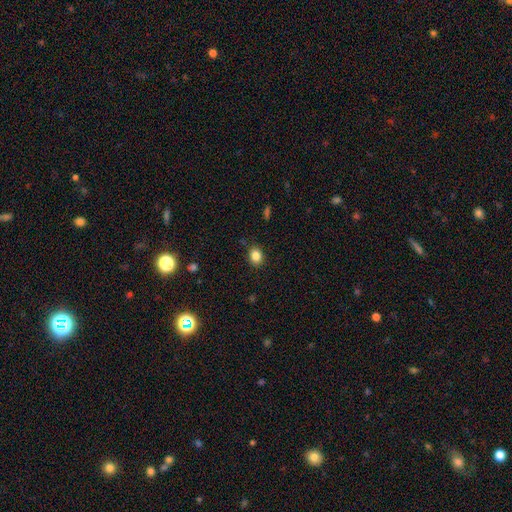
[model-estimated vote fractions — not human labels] Smooth or featured? Predicted: smooth (p=0.84). How rounded? Predicted: round (p=0.58). Merging? Predicted: none (p=0.86).